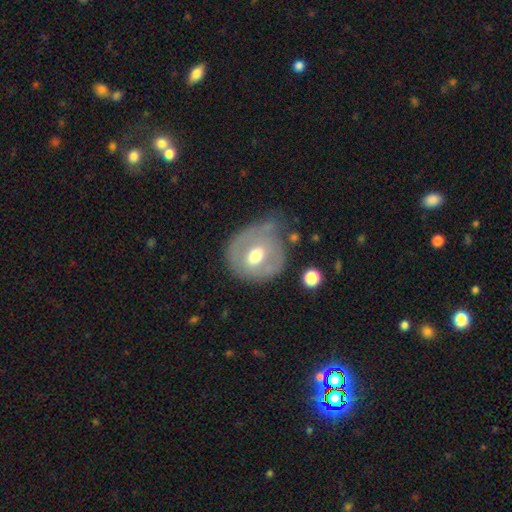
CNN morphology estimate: smooth-or-featured: featured or disk: 47% | smooth: 46% | star or artifact: 7%
  merging: none: 50% | minor disturbance: 28% | major disturbance: 18% | merger: 5%